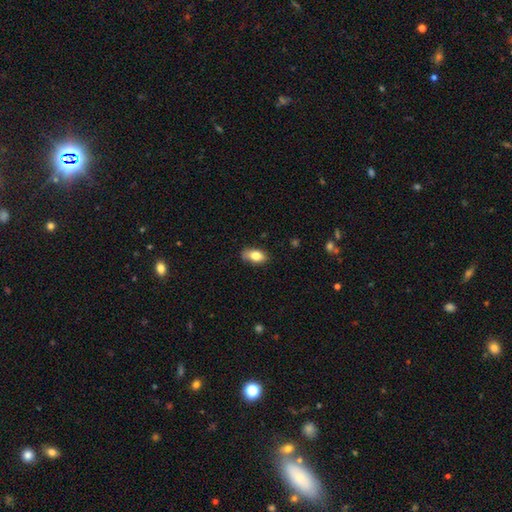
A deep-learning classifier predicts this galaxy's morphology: smooth_or_featured: smooth (p=0.81) [alt: featured or disk p=0.11]
how_rounded: in between (p=0.88) [alt: round p=0.08]
merging: none (p=0.72) [alt: minor disturbance p=0.22]